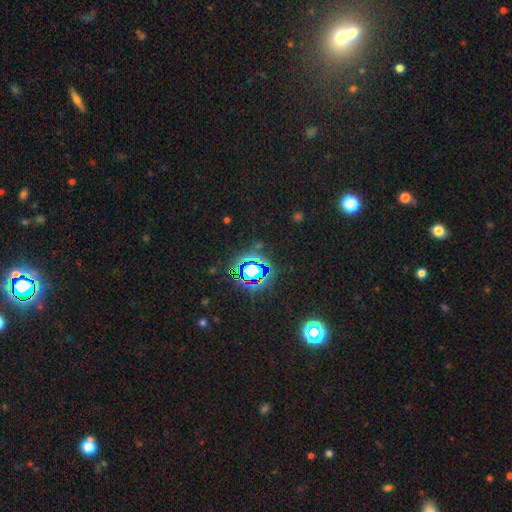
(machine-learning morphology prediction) Smooth or featured? star or artifact (79%)